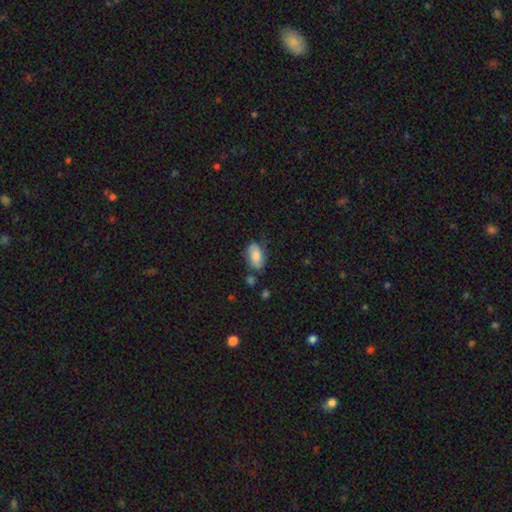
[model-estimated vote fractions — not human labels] A smooth galaxy with no disk features (71%) that is in between round and cigar-shaped (91%). Merging: none (63%).